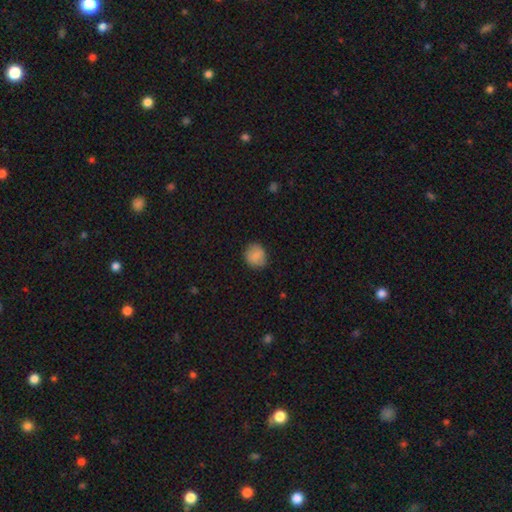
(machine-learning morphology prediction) Smooth or featured? Predicted: smooth (p=0.85). How rounded? Predicted: round (p=0.79). Merging? Predicted: none (p=0.81).